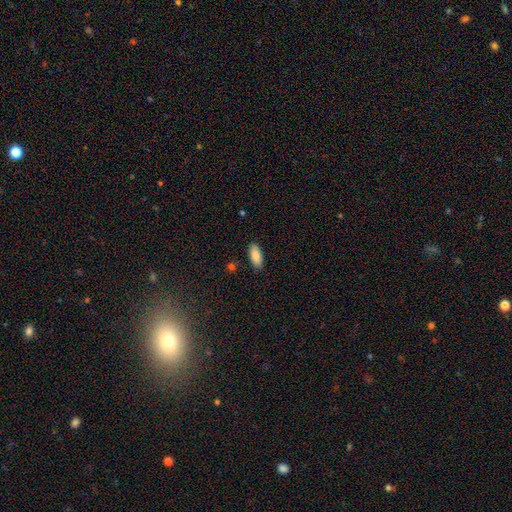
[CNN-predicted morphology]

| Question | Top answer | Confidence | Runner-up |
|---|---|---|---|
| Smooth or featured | smooth | 85% | featured or disk (9%) |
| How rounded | in between | 85% | cigar-shaped (13%) |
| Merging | none | 88% | minor disturbance (9%) |